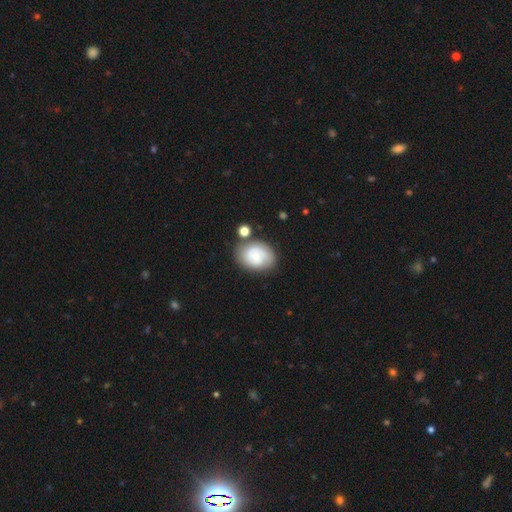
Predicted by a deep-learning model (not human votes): This appears to be a featured or disk galaxy (47%). Merging: none (68%).